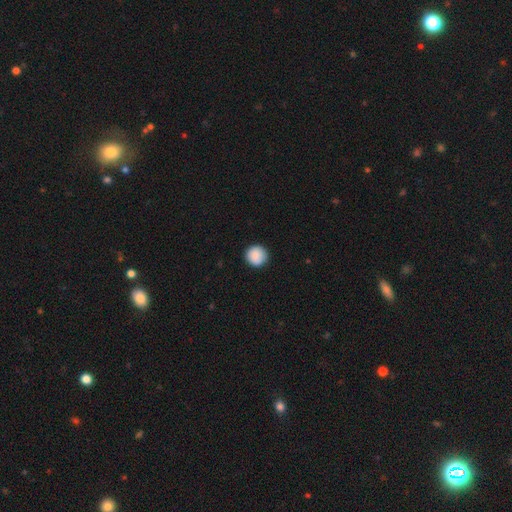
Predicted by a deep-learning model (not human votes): The model was most divided on "smooth or featured": smooth: 89%, star or artifact: 8%, featured or disk: 4%. More confident: how rounded — round (96%); merging — none (91%).